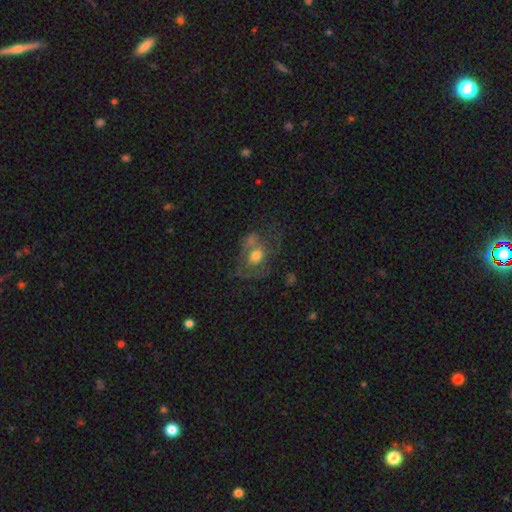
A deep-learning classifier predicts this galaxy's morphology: This appears to be a featured or disk galaxy (48%). Merging: none (35%).